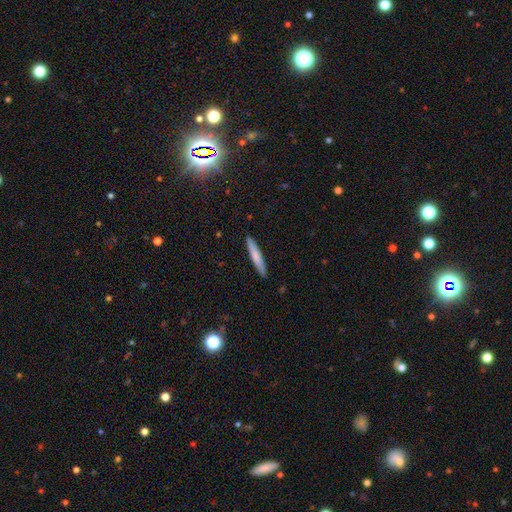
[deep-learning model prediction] smooth_or_featured: smooth (p=0.74) [alt: featured or disk p=0.21]
how_rounded: cigar-shaped (p=0.94) [alt: in between p=0.04]
merging: none (p=0.91) [alt: minor disturbance p=0.06]